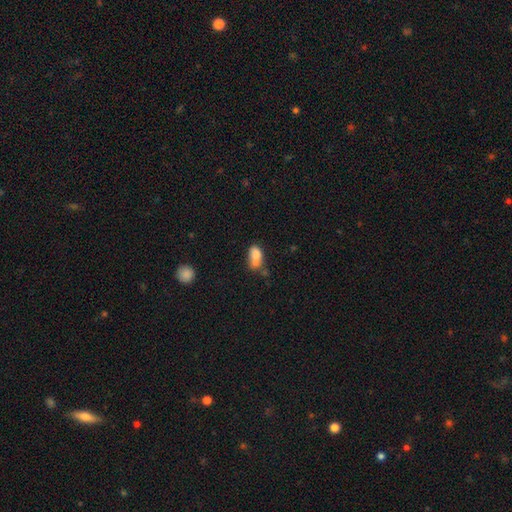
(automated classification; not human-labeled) The model was most divided on "merging": merger: 46%, none: 29%, minor disturbance: 17%, major disturbance: 8%. More confident: how rounded — in between (82%); smooth or featured — smooth (76%).